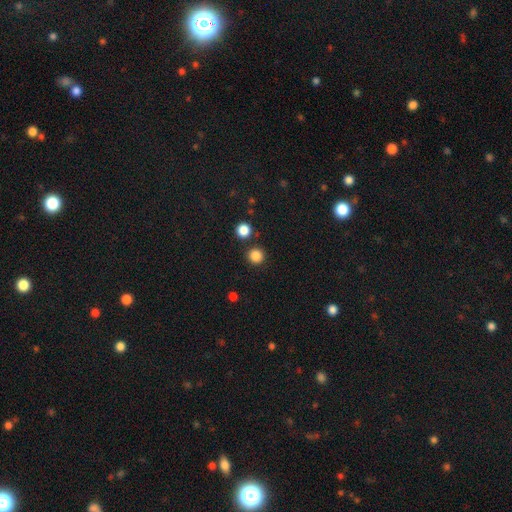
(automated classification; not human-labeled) This is clearly a smooth galaxy (84%). How rounded: clearly round (95%). Merging: clearly none (88%).